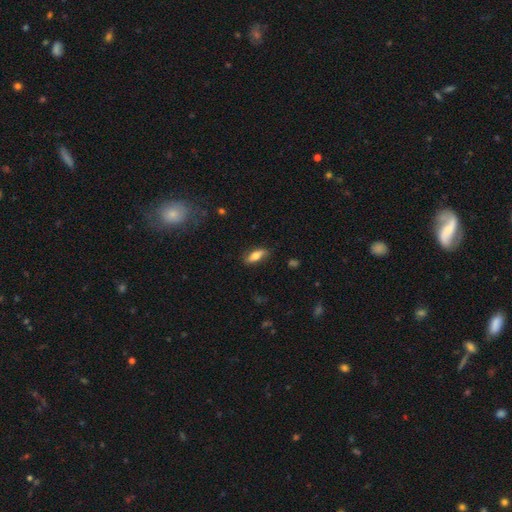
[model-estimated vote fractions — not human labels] smooth 63%, featured or disk 30%, star or artifact 7%. Down the decision tree: how rounded — in between (69%); merging — none (79%).